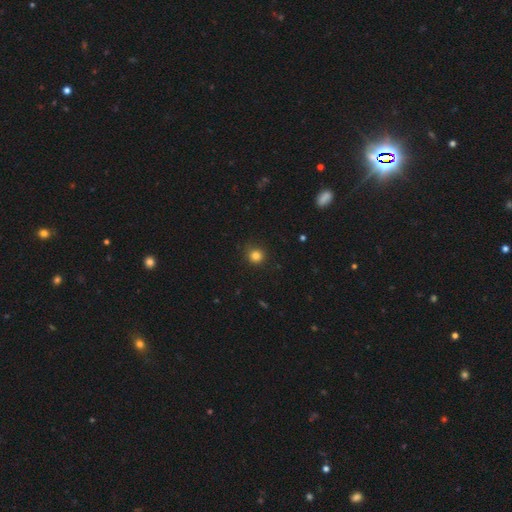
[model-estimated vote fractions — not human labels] This appears to be a smooth galaxy with no disk features (82%) that is round (93%). Merging: none (88%).